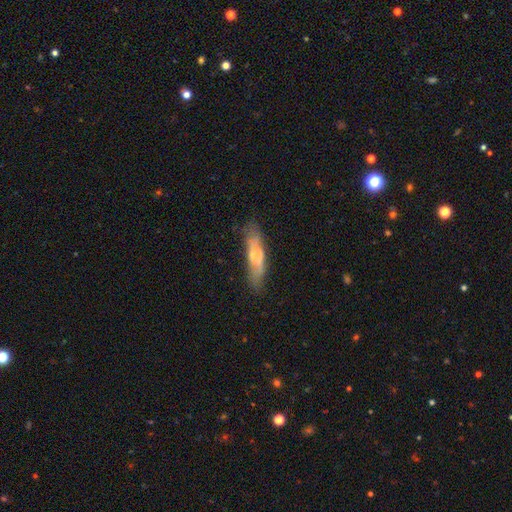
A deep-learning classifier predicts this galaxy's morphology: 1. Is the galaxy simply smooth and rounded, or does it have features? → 54% smooth, 39% featured or disk, 7% star or artifact.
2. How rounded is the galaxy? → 66% cigar-shaped, 32% in between, 2% round.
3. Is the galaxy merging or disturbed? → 63% none, 23% minor disturbance, 8% major disturbance, 6% merger.